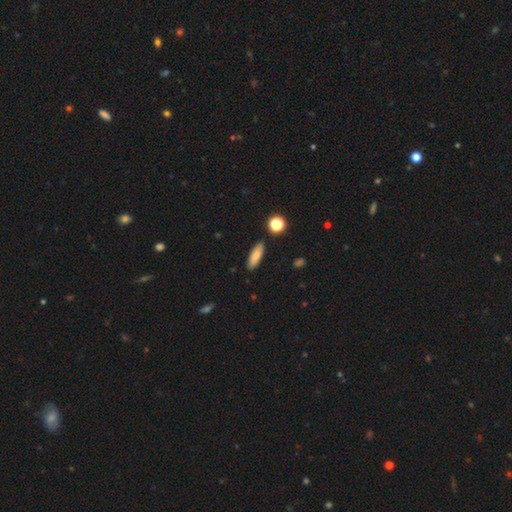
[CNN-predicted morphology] A smooth galaxy with no disk features (83%) that is cigar-shaped (51%).

Vote fractions:
- Smooth or featured? smooth: 83% / featured or disk: 9% / star or artifact: 8%
- How rounded? cigar-shaped: 51% / in between: 46% / round: 3%
- Merging? none: 87% / minor disturbance: 9% / merger: 2% / major disturbance: 2%